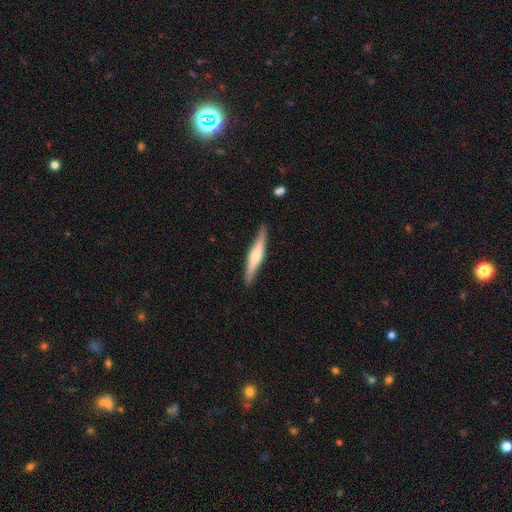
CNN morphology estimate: type=featured or disk (54%); edge-on=yes (95%); edge-on bulge=rounded (78%); merging=none (88%).